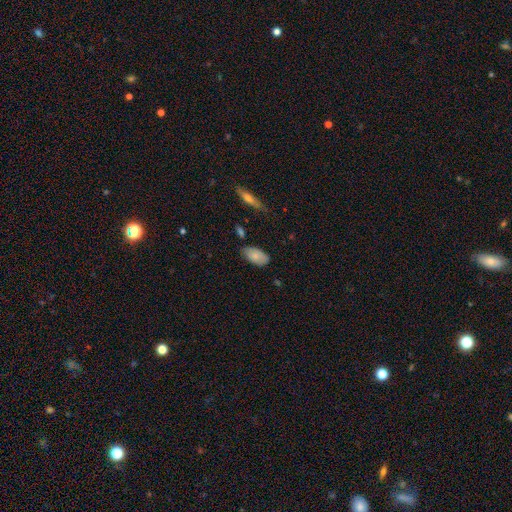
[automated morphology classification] Smooth or featured: smooth — 79% (featured or disk — 14%)
How rounded: in between — 94% (round — 3%)
Merging: none — 71% (minor disturbance — 22%)